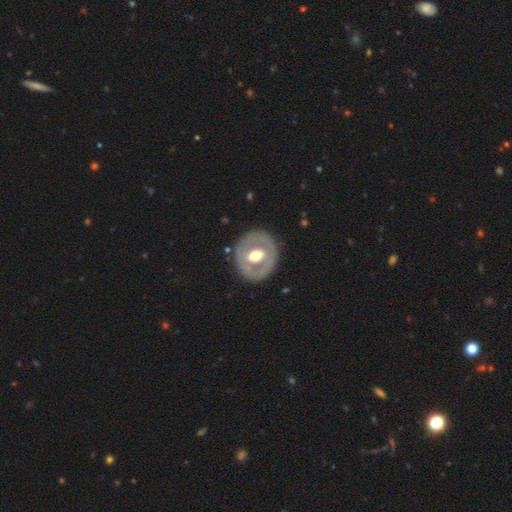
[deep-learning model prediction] Smooth or featured?
  - featured or disk: 60% *
  - smooth: 35%
  - star or artifact: 5%
Edge-on disk?
  - no: 94% *
  - yes: 6%
Bar?
  - no: 57% *
  - weak: 30%
  - strong: 14%
Spiral arms?
  - no: 83% *
  - yes: 17%
Bulge size?
  - moderate: 65% *
  - large: 26%
  - small: 7%
  - dominant: 2%
  - none: 1%
Merging?
  - none: 81% *
  - minor disturbance: 13%
  - major disturbance: 5%
  - merger: 2%